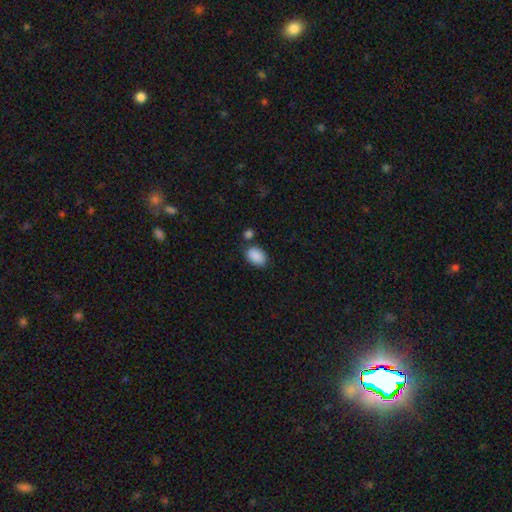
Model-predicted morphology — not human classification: A smooth galaxy with no disk features (89%) that is in between round and cigar-shaped (87%).

Vote fractions:
- Smooth or featured? smooth: 89% / star or artifact: 7% / featured or disk: 3%
- How rounded? in between: 87% / round: 12% / cigar-shaped: 1%
- Merging? none: 72% / minor disturbance: 15% / merger: 9% / major disturbance: 4%